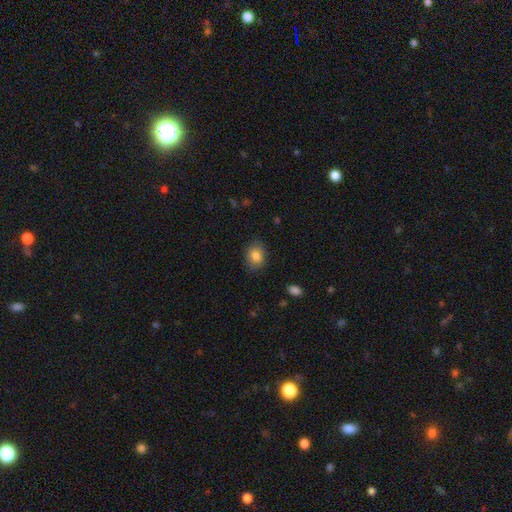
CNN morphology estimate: Smooth or featured? smooth (84%)
How rounded? in between (63%)
Merging? none (85%)